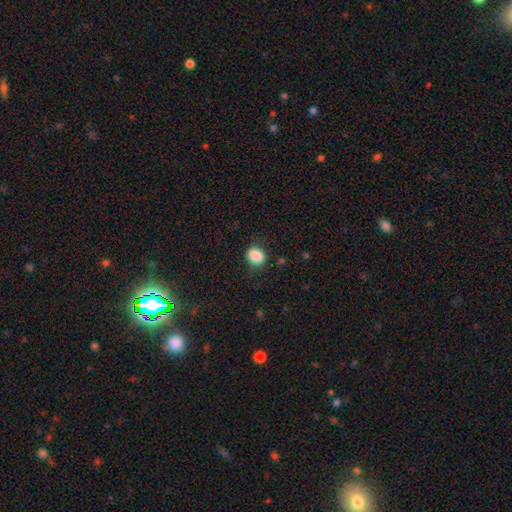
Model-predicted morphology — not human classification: Smooth or featured? smooth (88%)
How rounded? in between (53%)
Merging? none (81%)